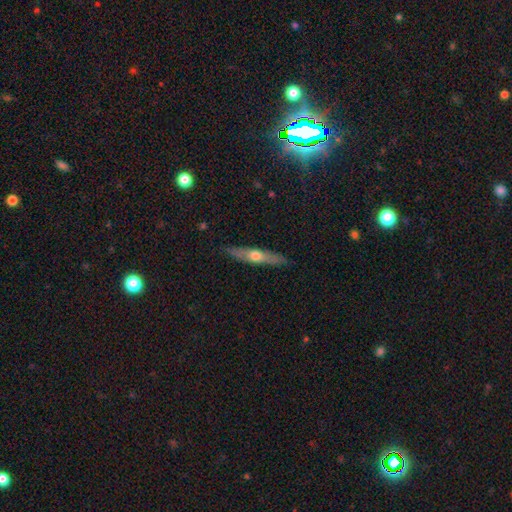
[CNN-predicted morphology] A featured or disk galaxy (56%) viewed edge-on (91%) with a rounded central bulge (90%).

Vote fractions:
- Smooth or featured? featured or disk: 56% / smooth: 39% / star or artifact: 6%
- Edge-on disk? yes: 91% / no: 9%
- Edge-on bulge? rounded: 90% / none: 8% / boxy: 2%
- Merging? none: 89% / minor disturbance: 9% / major disturbance: 2% / merger: 1%